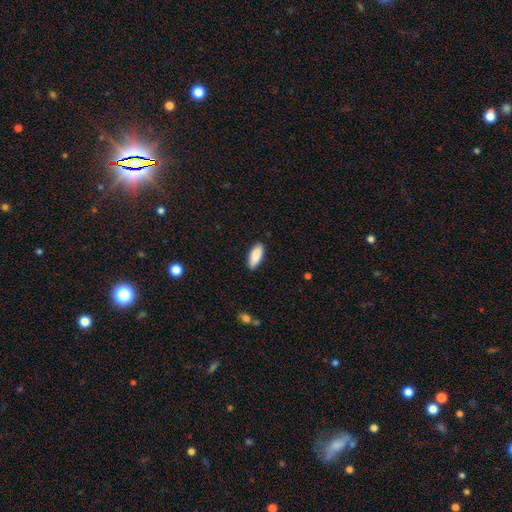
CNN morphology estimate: A smooth galaxy with no disk features (89%) that is in between round and cigar-shaped (78%).

Vote fractions:
- Smooth or featured? smooth: 89% / star or artifact: 6% / featured or disk: 6%
- How rounded? in between: 78% / cigar-shaped: 20% / round: 2%
- Merging? none: 87% / minor disturbance: 10% / major disturbance: 2% / merger: 1%